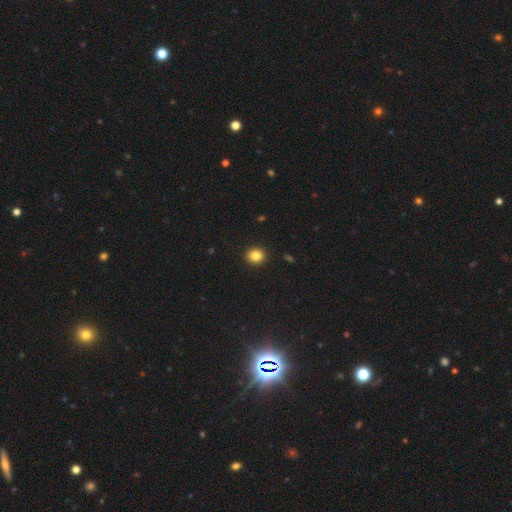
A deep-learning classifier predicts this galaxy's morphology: A smooth galaxy with no disk features (84%) that is round (82%).

Vote fractions:
- Smooth or featured? smooth: 84% / star or artifact: 11% / featured or disk: 5%
- How rounded? round: 82% / in between: 17% / cigar-shaped: 1%
- Merging? none: 93% / minor disturbance: 5% / major disturbance: 2% / merger: 1%